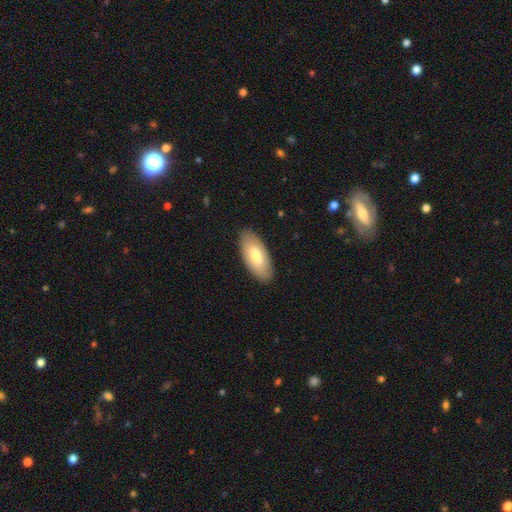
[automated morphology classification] Q: Smooth or featured?
A: smooth (73%); runner-up: featured or disk (22%)
Q: How rounded?
A: in between (88%); runner-up: cigar-shaped (10%)
Q: Merging?
A: none (88%); runner-up: minor disturbance (9%)